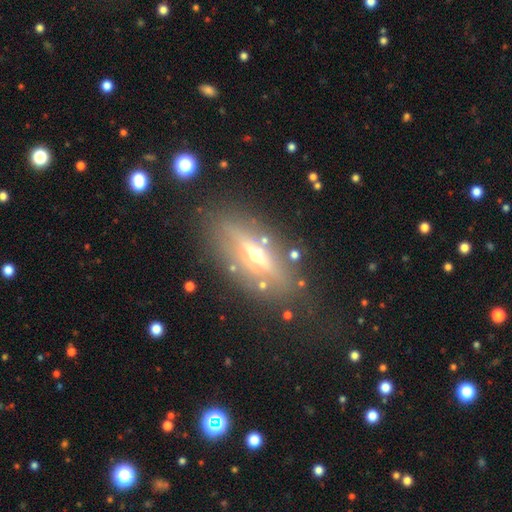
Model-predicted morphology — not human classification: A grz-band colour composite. It shows a featured or disk galaxy (66%) viewed edge-on (84%) with a rounded central bulge (91%). Merging: none (76%).